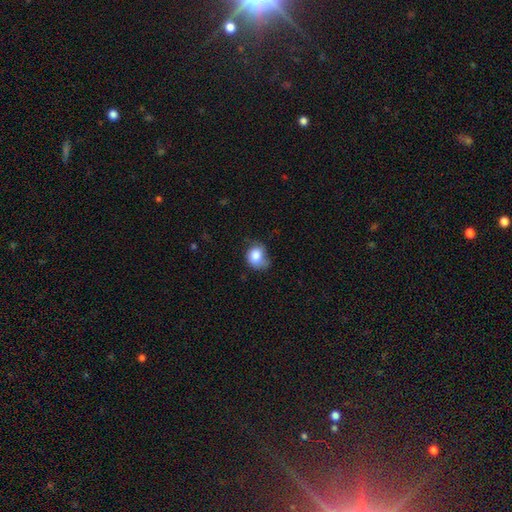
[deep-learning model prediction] smooth_or_featured: smooth (p=0.79) [alt: featured or disk p=0.12]
how_rounded: round (p=0.58) [alt: in between p=0.41]
merging: none (p=0.41) [alt: minor disturbance p=0.39]